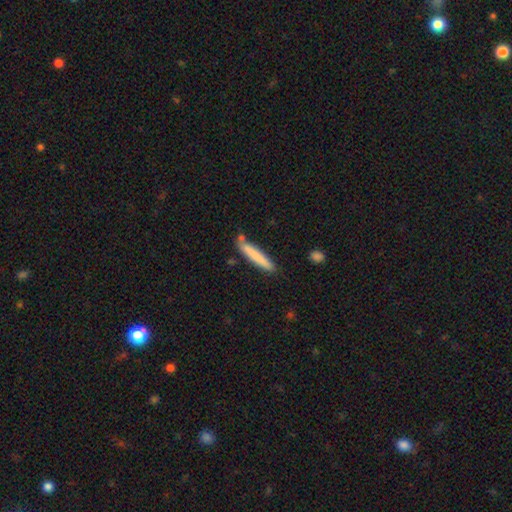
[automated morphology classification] A smooth galaxy with no disk features (78%) that is cigar-shaped (94%).

Vote fractions:
- Smooth or featured? smooth: 78% / featured or disk: 16% / star or artifact: 6%
- How rounded? cigar-shaped: 94% / in between: 5% / round: 1%
- Merging? none: 80% / minor disturbance: 13% / merger: 5% / major disturbance: 2%